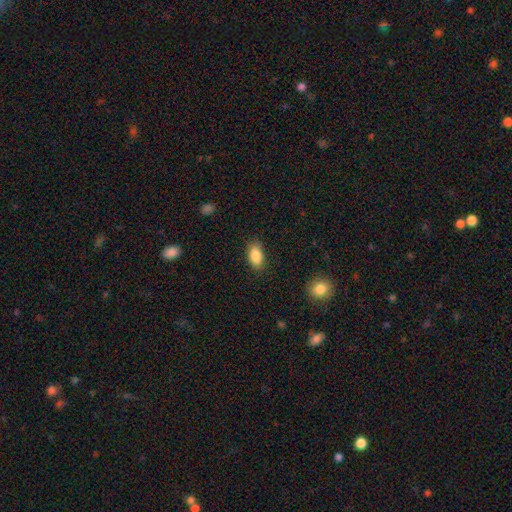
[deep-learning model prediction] smooth_or_featured: smooth (p=0.87) [alt: star or artifact p=0.08]
how_rounded: in between (p=0.91) [alt: round p=0.06]
merging: none (p=0.85) [alt: minor disturbance p=0.11]